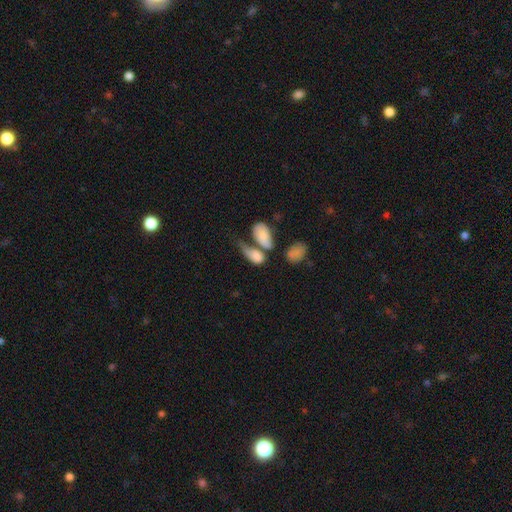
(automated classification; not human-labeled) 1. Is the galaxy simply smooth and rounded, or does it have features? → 76% smooth, 16% featured or disk, 8% star or artifact.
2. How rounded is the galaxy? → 86% in between, 9% round, 5% cigar-shaped.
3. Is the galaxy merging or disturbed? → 50% merger, 19% major disturbance, 19% none, 12% minor disturbance.